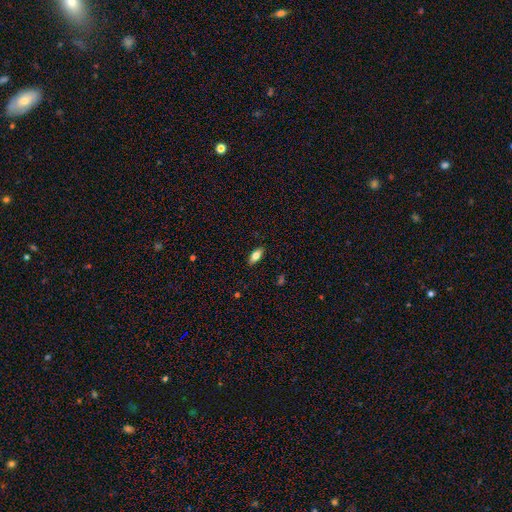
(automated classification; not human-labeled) Smooth or featured? smooth (73%)
How rounded? in between (84%)
Merging? none (88%)